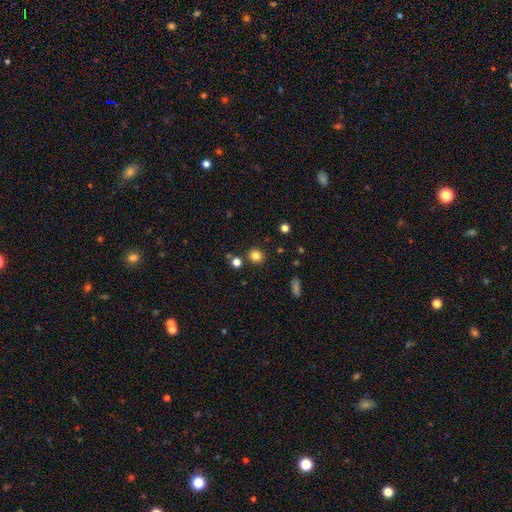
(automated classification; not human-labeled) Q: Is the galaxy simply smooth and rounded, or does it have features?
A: smooth — 82%.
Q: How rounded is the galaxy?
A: round — 89%.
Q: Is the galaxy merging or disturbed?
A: none — 87%.